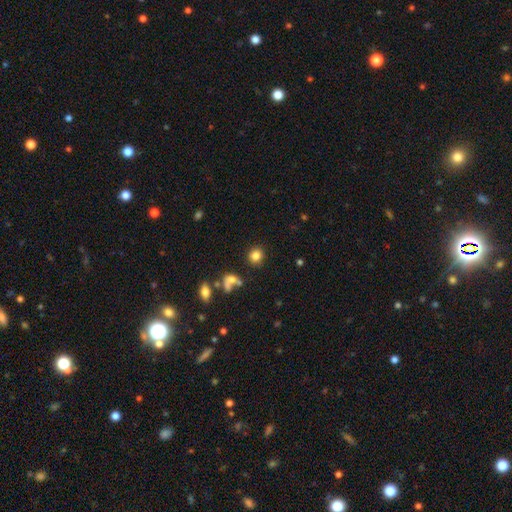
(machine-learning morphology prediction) This is clearly a smooth galaxy (82%). How rounded: clearly round (86%). Merging: clearly none (84%).